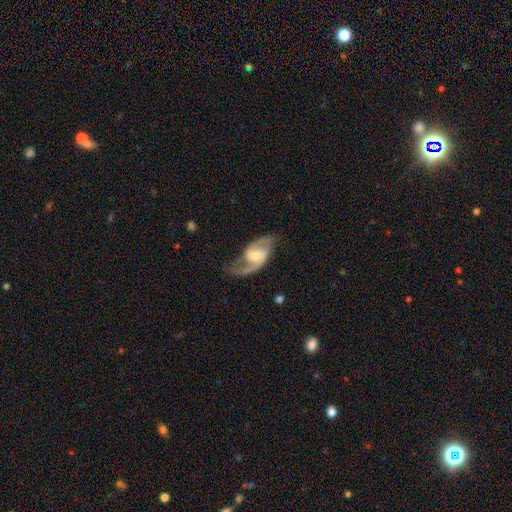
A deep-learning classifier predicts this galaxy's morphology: Smooth or featured? featured or disk (87%)
Edge-on disk? no (96%)
Bar? weak (47%)
Spiral arms? yes (96%)
Spiral winding? medium (54%)
Spiral arm count? 2 (89%)
Bulge size? moderate (51%)
Merging? none (72%)